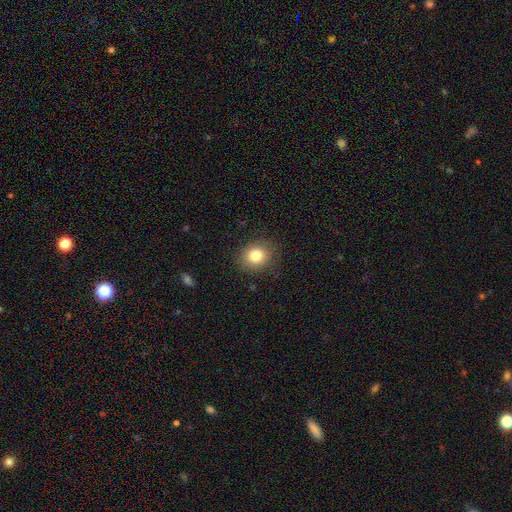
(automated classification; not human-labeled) A smooth galaxy with no disk features (82%) that is round (70%). Merging: none (87%).